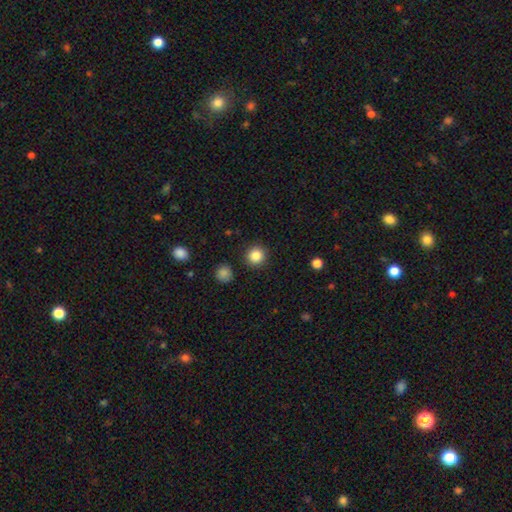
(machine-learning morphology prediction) Q: Smooth or featured?
A: smooth (85%); runner-up: star or artifact (11%)
Q: How rounded?
A: round (94%); runner-up: in between (5%)
Q: Merging?
A: none (91%); runner-up: minor disturbance (5%)